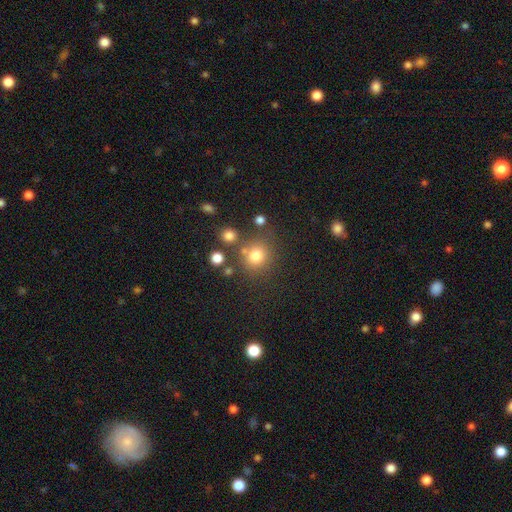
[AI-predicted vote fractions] smooth 77%, star or artifact 15%, featured or disk 8%. Down the decision tree: how rounded — round (85%); merging — none (72%).